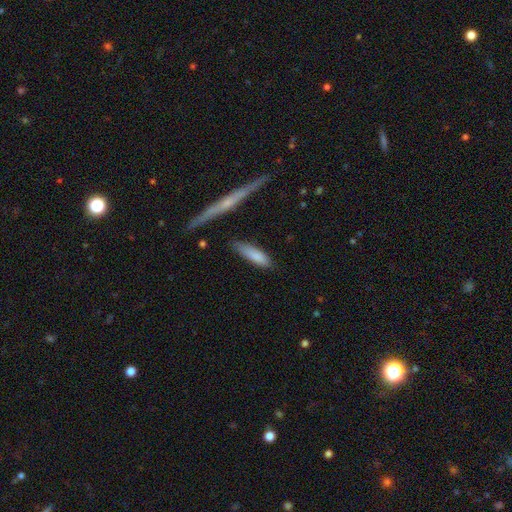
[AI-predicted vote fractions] The model was most divided on "how rounded": cigar-shaped: 63%, in between: 36%, round: 2%. More confident: smooth or featured — smooth (81%); merging — none (73%).